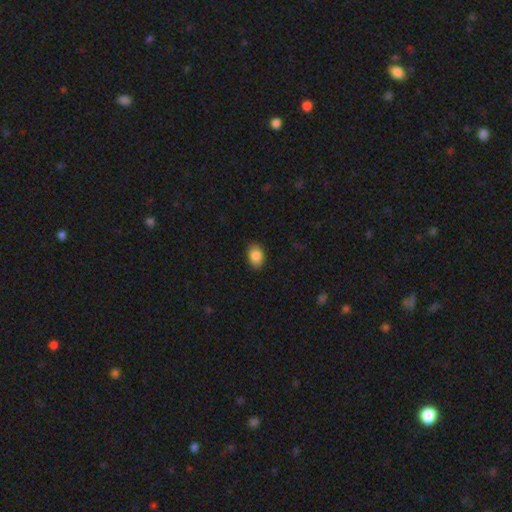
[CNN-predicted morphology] Q: Smooth or featured?
A: smooth (87%); runner-up: star or artifact (8%)
Q: How rounded?
A: in between (80%); runner-up: round (18%)
Q: Merging?
A: none (86%); runner-up: minor disturbance (11%)